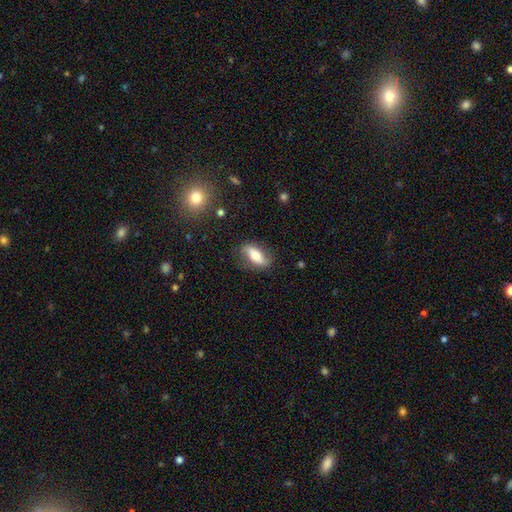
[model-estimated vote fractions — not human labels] Smooth or featured? smooth (49%)
Merging? none (73%)